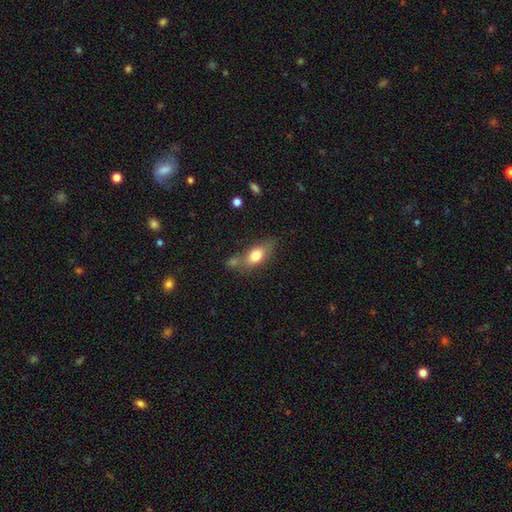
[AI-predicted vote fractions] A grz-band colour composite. It shows a smooth galaxy with no disk features (75%) that is in between round and cigar-shaped (78%). Merging: none (50%).